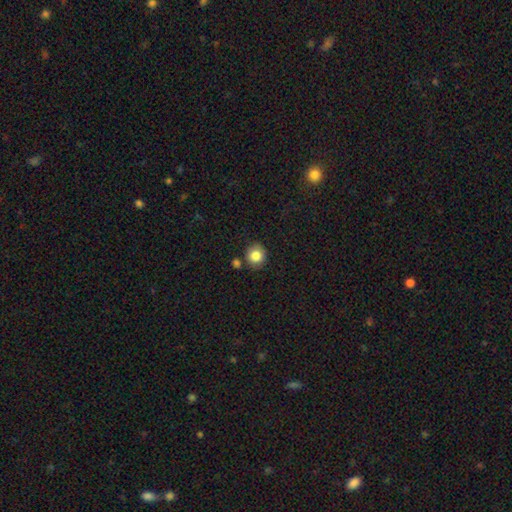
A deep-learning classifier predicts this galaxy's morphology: smooth 84%, star or artifact 10%, featured or disk 6%. Down the decision tree: how rounded — round (87%); merging — none (80%).